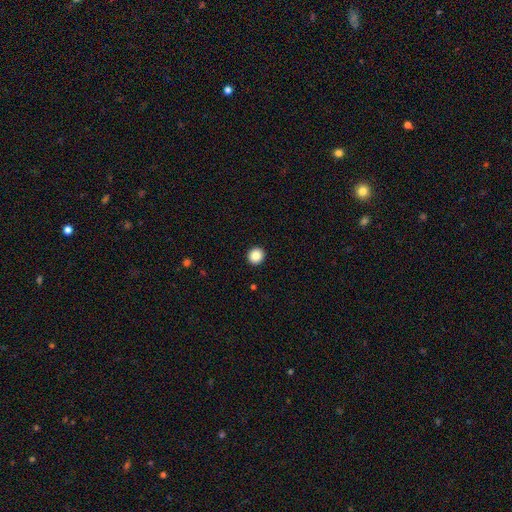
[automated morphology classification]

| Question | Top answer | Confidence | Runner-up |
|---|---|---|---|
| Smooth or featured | smooth | 87% | star or artifact (9%) |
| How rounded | round | 92% | in between (7%) |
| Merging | none | 94% | minor disturbance (4%) |